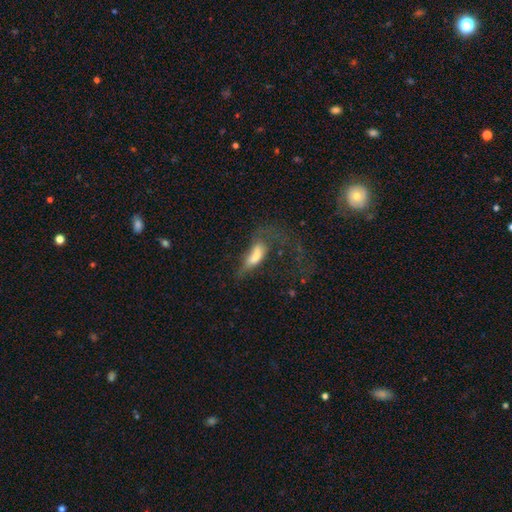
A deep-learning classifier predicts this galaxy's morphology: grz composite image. It shows a smooth galaxy with no disk features (54%) that is in between round and cigar-shaped (62%). Merging: major disturbance (63%).